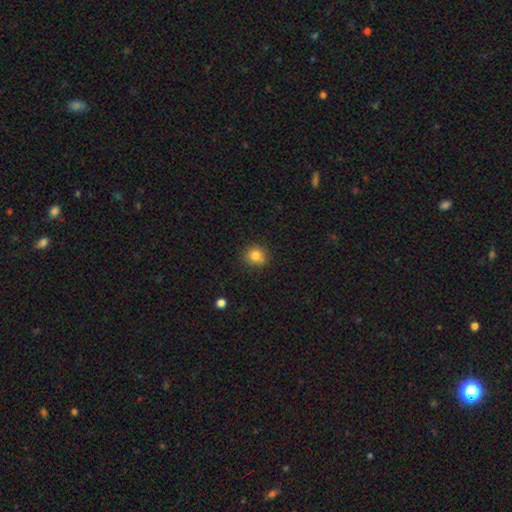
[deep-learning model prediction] Smooth or featured? Predicted: smooth (p=0.82). How rounded? Predicted: round (p=0.83). Merging? Predicted: none (p=0.75).